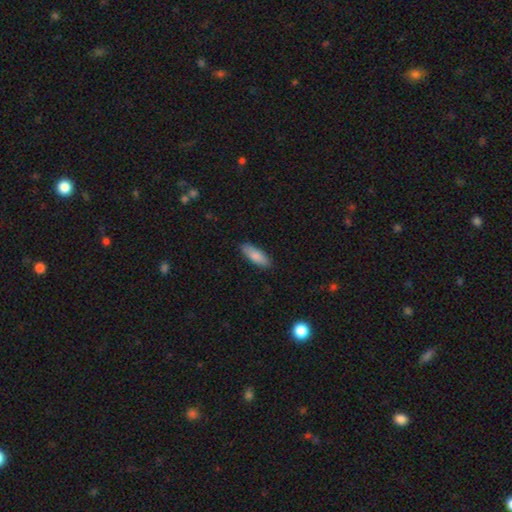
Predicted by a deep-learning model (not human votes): A smooth galaxy with no disk features (85%) that is in between round and cigar-shaped (68%). Merging: none (86%).